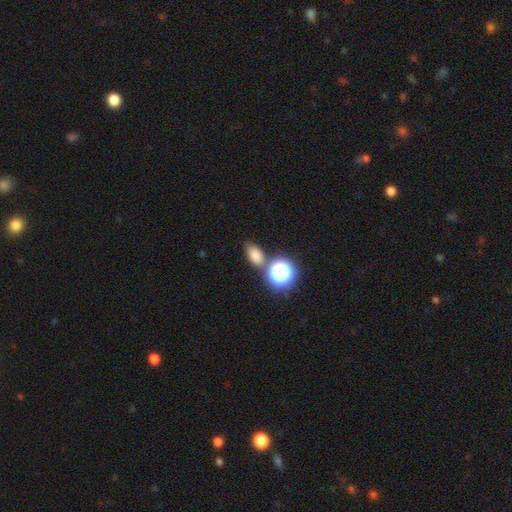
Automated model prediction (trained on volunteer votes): This is likely a smooth galaxy (75%). How rounded: likely in between (77%). Merging: likely none (70%).